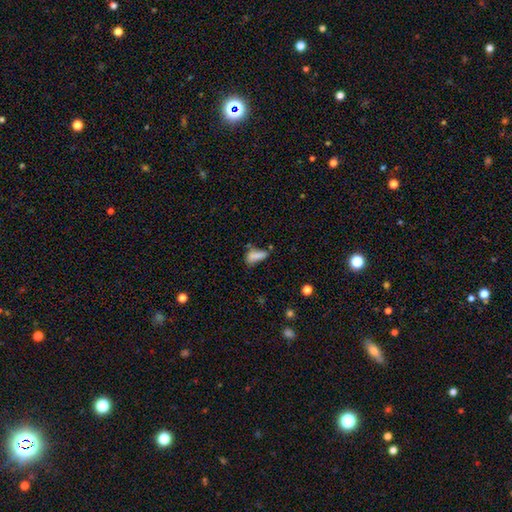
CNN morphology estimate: Smooth or featured?
  - smooth: 75% *
  - featured or disk: 13%
  - star or artifact: 11%
How rounded?
  - in between: 71% *
  - cigar-shaped: 25%
  - round: 4%
Merging?
  - none: 35% *
  - minor disturbance: 28%
  - major disturbance: 19%
  - merger: 18%